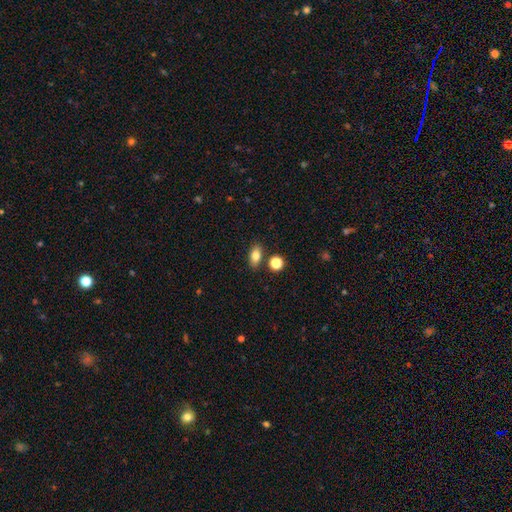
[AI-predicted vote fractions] Overall: smooth (81%). How rounded: in between (83%). Merging: none (81%).